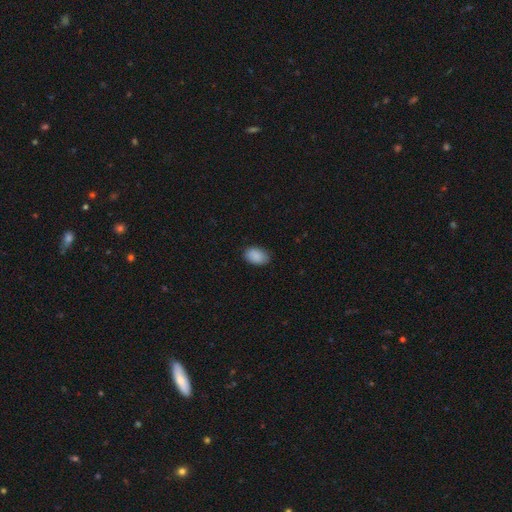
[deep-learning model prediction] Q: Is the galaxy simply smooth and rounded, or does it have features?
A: smooth — 90%.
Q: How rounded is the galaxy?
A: in between — 87%.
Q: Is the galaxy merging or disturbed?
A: none — 84%.